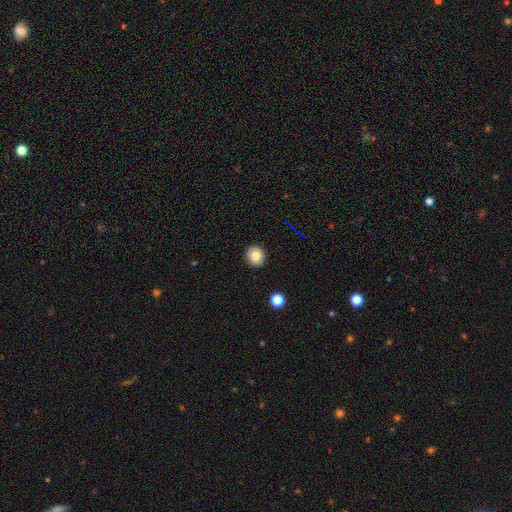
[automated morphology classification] smooth-or-featured: smooth: 80% | featured or disk: 10% | star or artifact: 10%
  how-rounded: round: 88% | in between: 11% | cigar-shaped: 1%
  merging: none: 92% | minor disturbance: 6% | major disturbance: 2% | merger: 1%